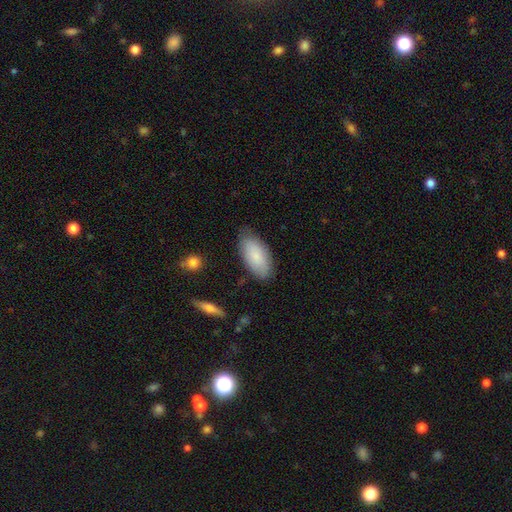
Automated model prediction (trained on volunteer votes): Smooth or featured? Predicted: smooth (p=0.84). How rounded? Predicted: in between (p=0.92). Merging? Predicted: none (p=0.79).